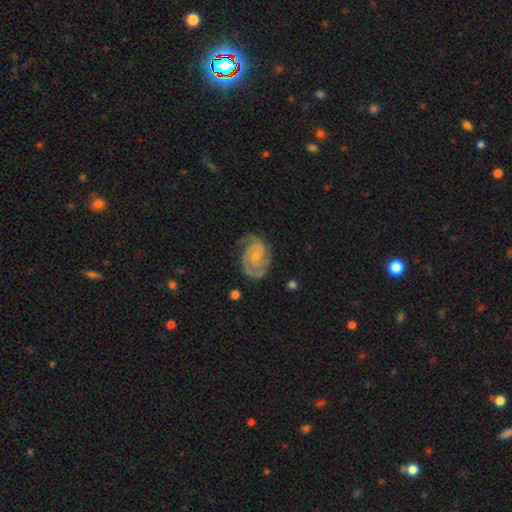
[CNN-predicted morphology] A featured or disk galaxy (91%) with no bar (59%), 2 (76%) tight (55%) spiral arms (98%) and a small central bulge (65%). Merging: none (75%).